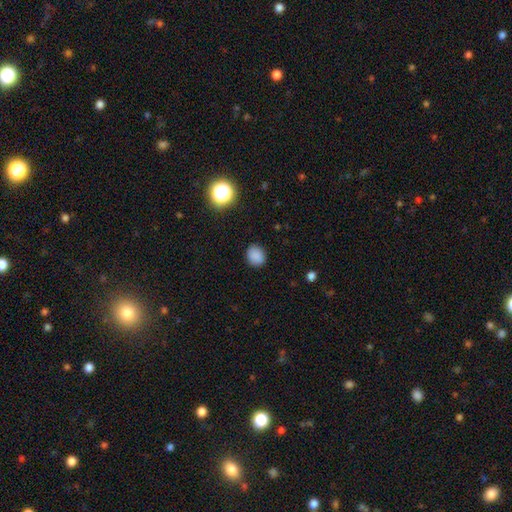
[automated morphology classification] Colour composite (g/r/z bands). It shows a smooth galaxy with no disk features (85%) that is round (64%). Merging: none (87%).